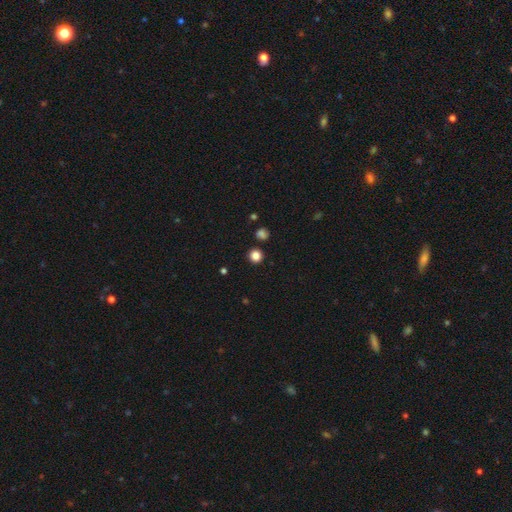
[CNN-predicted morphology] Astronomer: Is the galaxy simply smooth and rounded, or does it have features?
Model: smooth — 84%.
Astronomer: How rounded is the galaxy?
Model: round — 93%.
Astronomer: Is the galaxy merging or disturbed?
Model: none — 90%.